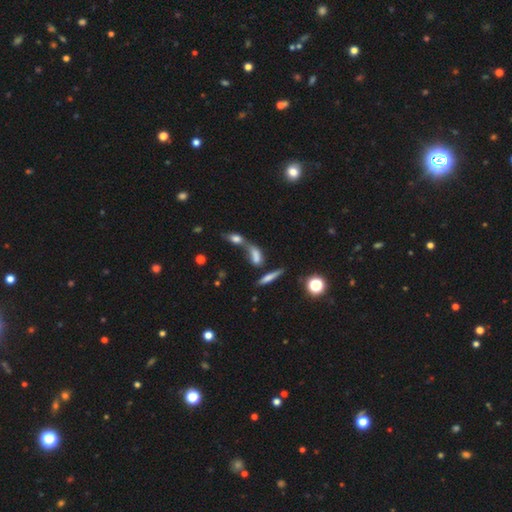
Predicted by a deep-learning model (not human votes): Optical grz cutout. It shows a smooth galaxy with no disk features (51%) that is in between round and cigar-shaped (45%). Merging: merger (52%).